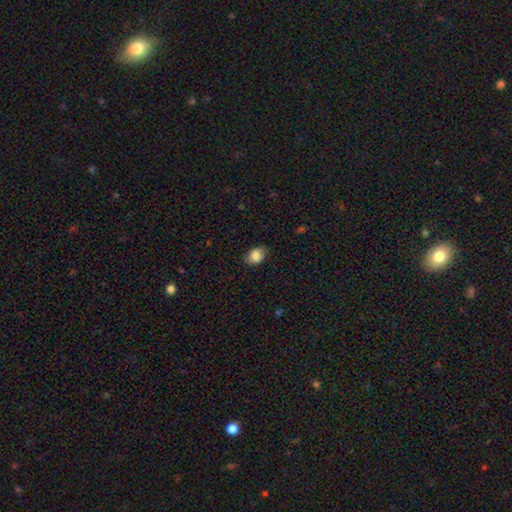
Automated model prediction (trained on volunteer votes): This appears to be a smooth galaxy with no disk features (84%) that is in between round and cigar-shaped (76%). Merging: none (79%).